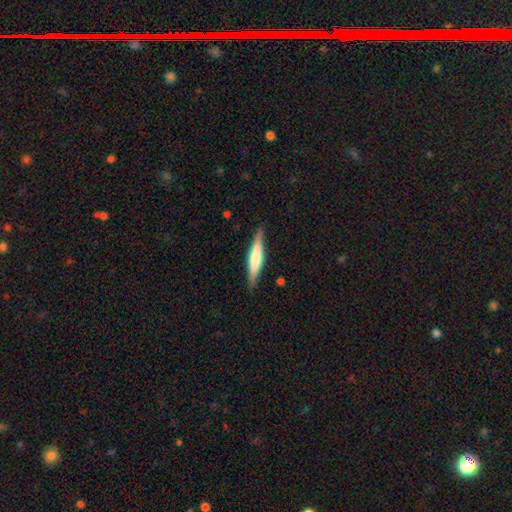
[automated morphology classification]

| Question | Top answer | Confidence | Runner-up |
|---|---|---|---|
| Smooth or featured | smooth | 53% | featured or disk (42%) |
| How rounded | cigar-shaped | 87% | in between (11%) |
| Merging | none | 87% | minor disturbance (10%) |